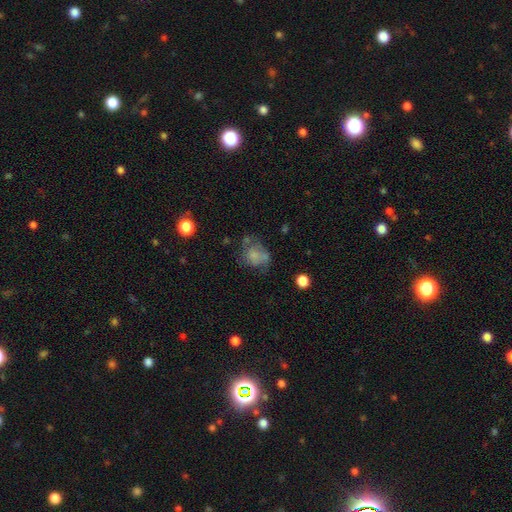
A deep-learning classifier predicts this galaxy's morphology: Smooth or featured: smooth — 62% (featured or disk — 26%)
How rounded: round — 58% (in between — 41%)
Merging: none — 38% (minor disturbance — 26%)